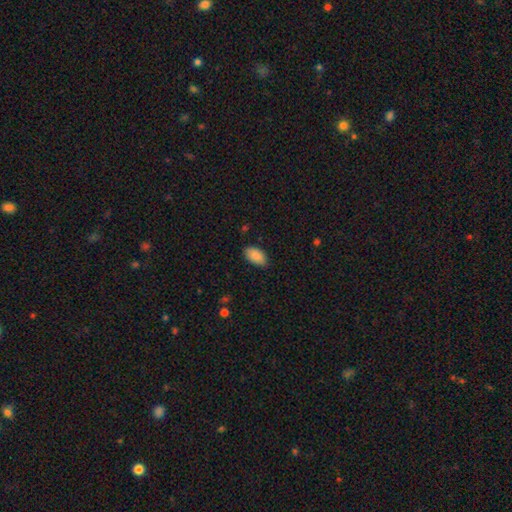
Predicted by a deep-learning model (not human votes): Smooth or featured? smooth (89%)
How rounded? in between (94%)
Merging? none (85%)